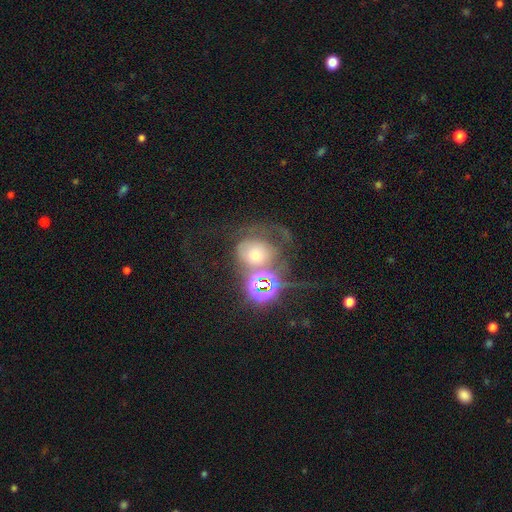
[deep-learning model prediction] Overall: smooth (36%; featured or disk 33%). Merging: major disturbance (31%; none 29%).